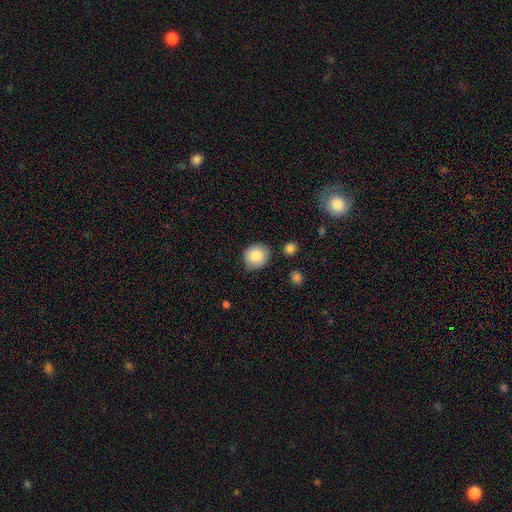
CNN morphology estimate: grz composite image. It shows a smooth galaxy with no disk features (86%) that is round (82%). Merging: none (79%).